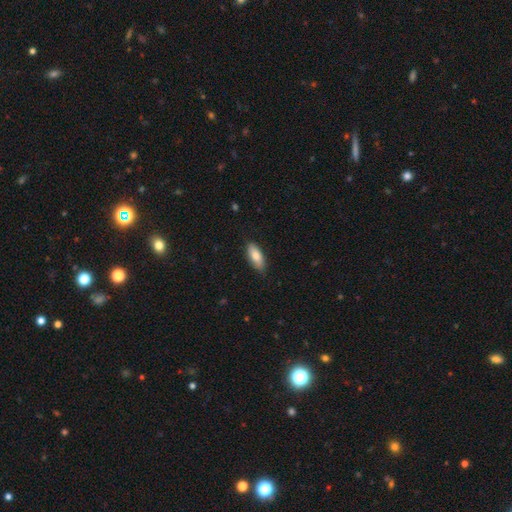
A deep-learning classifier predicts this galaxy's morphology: Smooth or featured: smooth — 82% (featured or disk — 13%)
How rounded: in between — 81% (cigar-shaped — 17%)
Merging: none — 82% (minor disturbance — 15%)